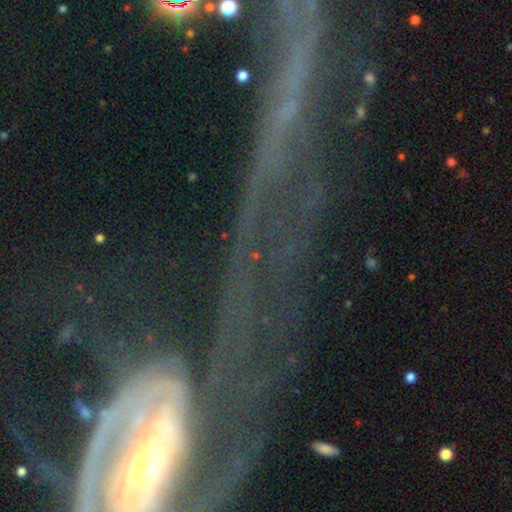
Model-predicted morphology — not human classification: Smooth or featured: star or artifact — 77% (featured or disk — 12%)